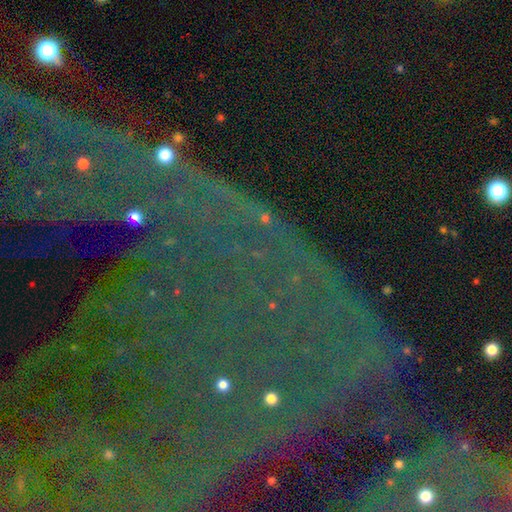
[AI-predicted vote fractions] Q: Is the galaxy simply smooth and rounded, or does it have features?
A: star or artifact — 83%.